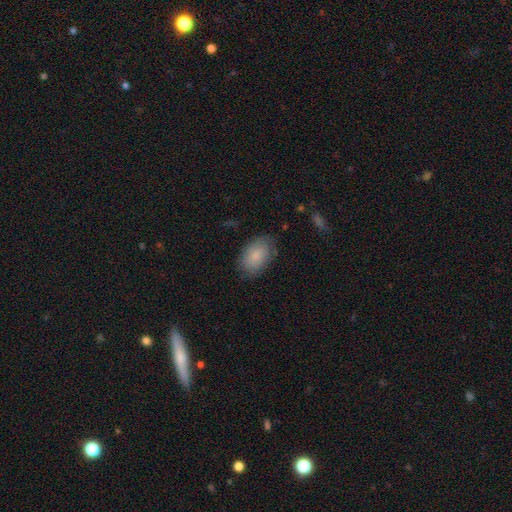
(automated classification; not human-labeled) A smooth galaxy with no disk features (84%) that is in between round and cigar-shaped (90%). Merging: none (79%).